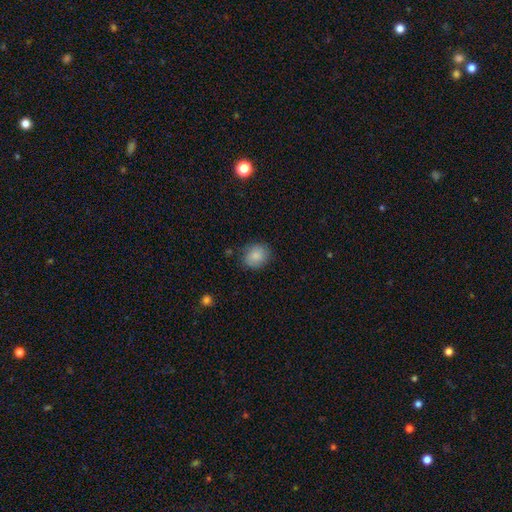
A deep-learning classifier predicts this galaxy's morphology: Smooth or featured: smooth — 86% (star or artifact — 8%)
How rounded: round — 62% (in between — 37%)
Merging: none — 81% (minor disturbance — 14%)